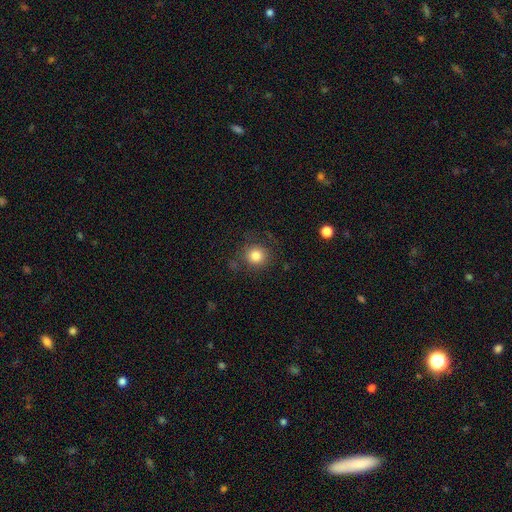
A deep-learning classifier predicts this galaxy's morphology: A smooth galaxy with no disk features (81%) that is round (91%). Merging: none (81%).